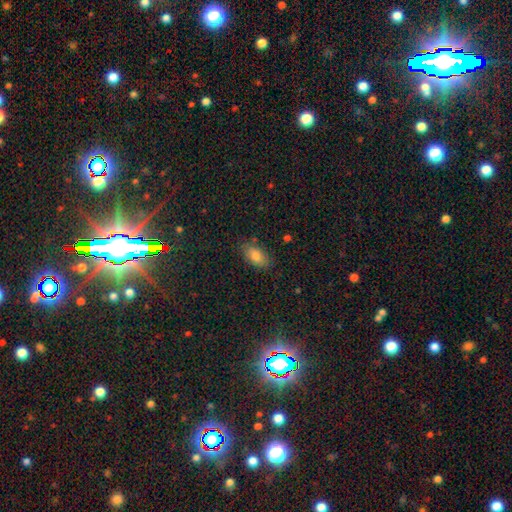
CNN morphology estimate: The model was most divided on "merging": none: 81%, minor disturbance: 14%, major disturbance: 3%, merger: 2%. More confident: how rounded — in between (90%); smooth or featured — smooth (79%).